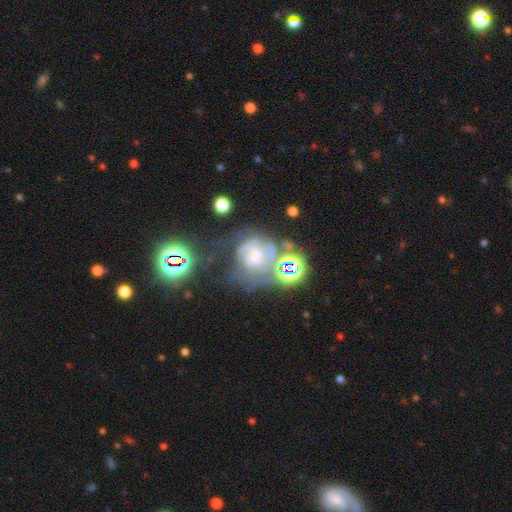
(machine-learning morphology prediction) Q: Smooth or featured?
A: featured or disk (58%); runner-up: smooth (23%)
Q: Edge-on disk?
A: no (97%); runner-up: yes (3%)
Q: Bar?
A: no (68%); runner-up: weak (24%)
Q: Spiral arms?
A: yes (68%); runner-up: no (32%)
Q: Bulge size?
A: moderate (30%); runner-up: none (24%)
Q: Merging?
A: major disturbance (35%); runner-up: none (29%)